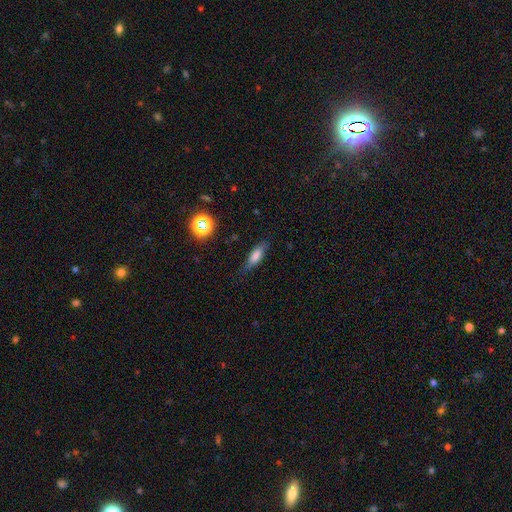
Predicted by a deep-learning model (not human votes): Morphology: type=smooth (70%); roundness=in between (52%); merging=none (75%).